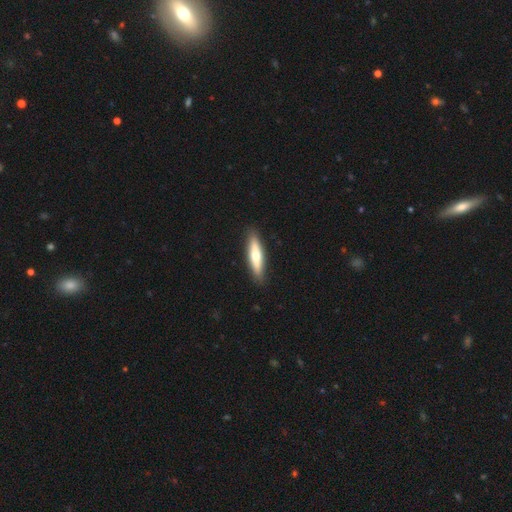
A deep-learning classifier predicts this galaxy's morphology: smooth 58%, featured or disk 37%, star or artifact 5%. Down the decision tree: how rounded — cigar-shaped (78%); merging — none (90%).